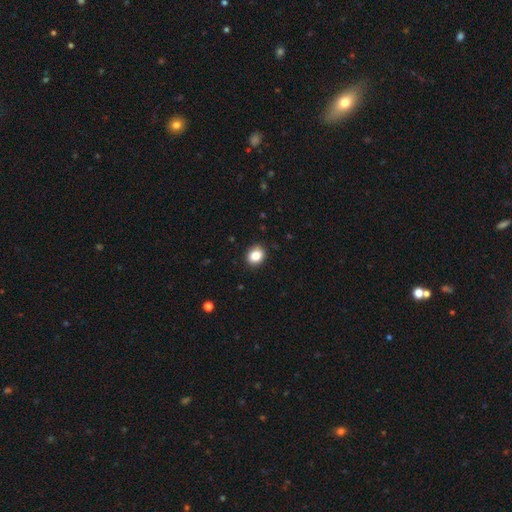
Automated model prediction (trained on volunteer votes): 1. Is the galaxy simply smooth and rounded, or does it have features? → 86% smooth, 9% star or artifact, 5% featured or disk.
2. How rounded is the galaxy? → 57% round, 42% in between, 1% cigar-shaped.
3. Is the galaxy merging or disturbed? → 90% none, 7% minor disturbance, 2% major disturbance, 1% merger.